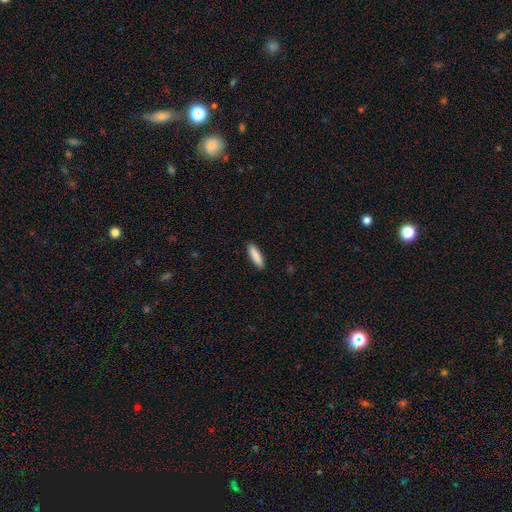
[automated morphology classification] Smooth or featured?
  - smooth: 88% *
  - featured or disk: 6%
  - star or artifact: 6%
How rounded?
  - cigar-shaped: 72% *
  - in between: 27%
  - round: 1%
Merging?
  - none: 90% *
  - minor disturbance: 8%
  - major disturbance: 2%
  - merger: 1%